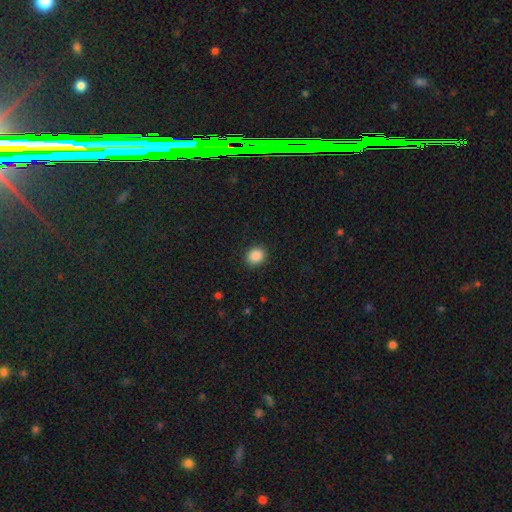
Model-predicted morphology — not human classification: The model was most divided on "how rounded": round: 66%, in between: 33%, cigar-shaped: 1%. More confident: merging — none (90%); smooth or featured — smooth (88%).